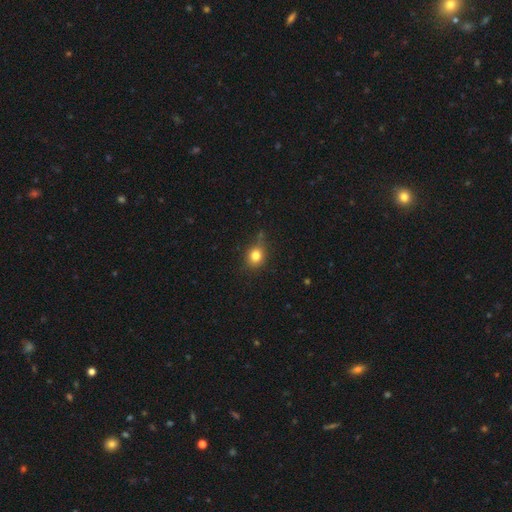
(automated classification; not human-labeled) This appears to be a smooth galaxy with no disk features (80%) that is round (73%). Merging: none (71%).